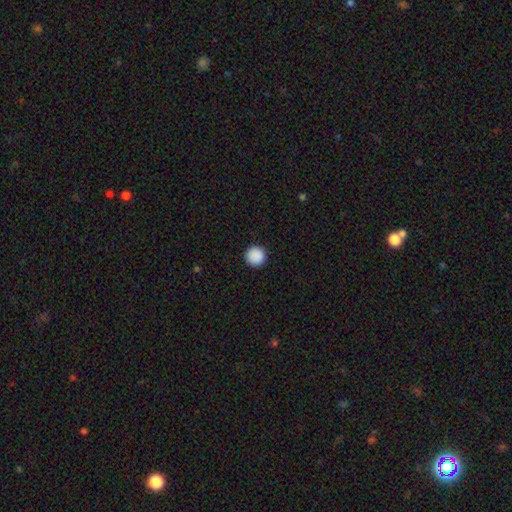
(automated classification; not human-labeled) smooth-or-featured: smooth: 90% | star or artifact: 8% | featured or disk: 2%
  how-rounded: round: 97% | in between: 2% | cigar-shaped: 1%
  merging: none: 93% | minor disturbance: 4% | major disturbance: 2% | merger: 1%